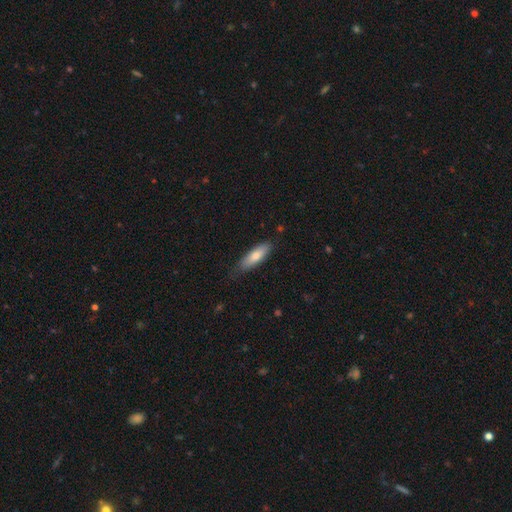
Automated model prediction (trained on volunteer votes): Overall: smooth (75%). How rounded: in between (49%, tied with cigar-shaped). Merging: none (77%).